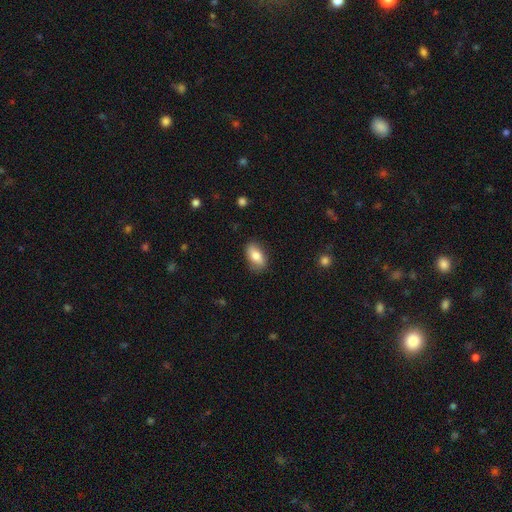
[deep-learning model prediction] Smooth or featured? Predicted: smooth (p=0.77). How rounded? Predicted: in between (p=0.89). Merging? Predicted: none (p=0.83).